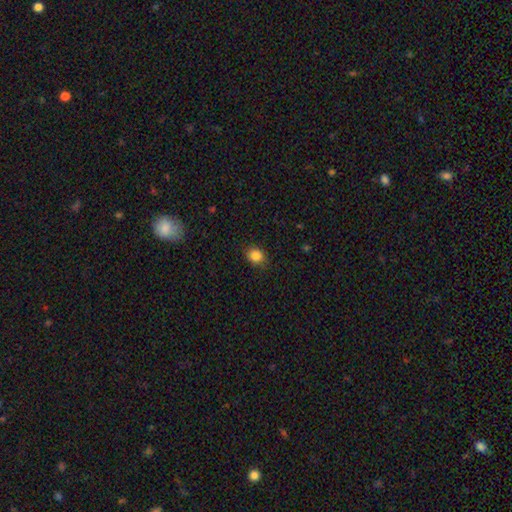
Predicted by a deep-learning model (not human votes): The model was most divided on "how rounded": round: 64%, in between: 35%, cigar-shaped: 1%. More confident: smooth or featured — smooth (85%); merging — none (85%).